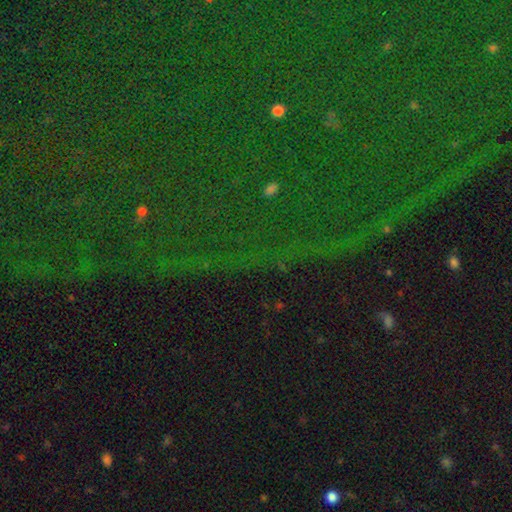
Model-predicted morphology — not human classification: This appears to be a star or artifact, not a galaxy (83%).